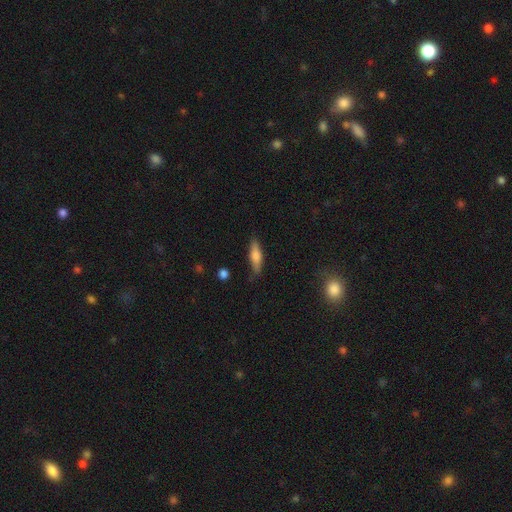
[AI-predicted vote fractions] Morphology: type=smooth (67%); roundness=cigar-shaped (59%); merging=none (80%).